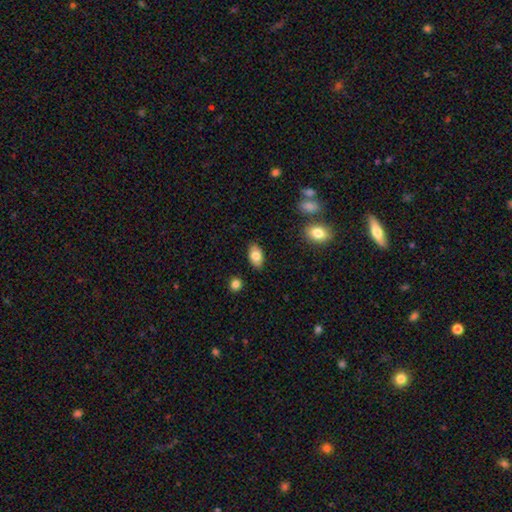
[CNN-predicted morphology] Smooth or featured? Predicted: smooth (p=0.81). How rounded? Predicted: in between (p=0.92). Merging? Predicted: none (p=0.87).